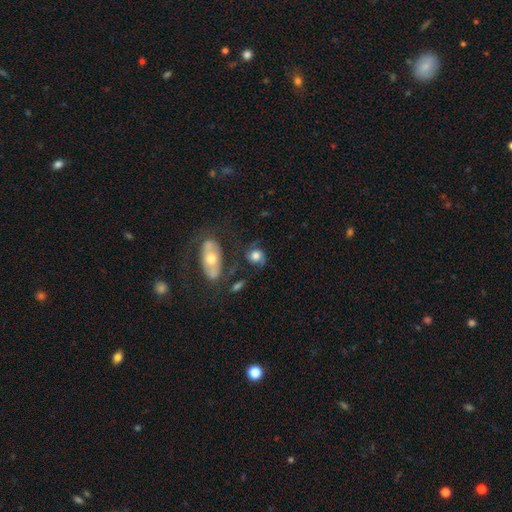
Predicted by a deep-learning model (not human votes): Smooth or featured: smooth — 50% (featured or disk — 41%)
How rounded: round — 65% (in between — 33%)
Merging: none — 53% (minor disturbance — 23%)